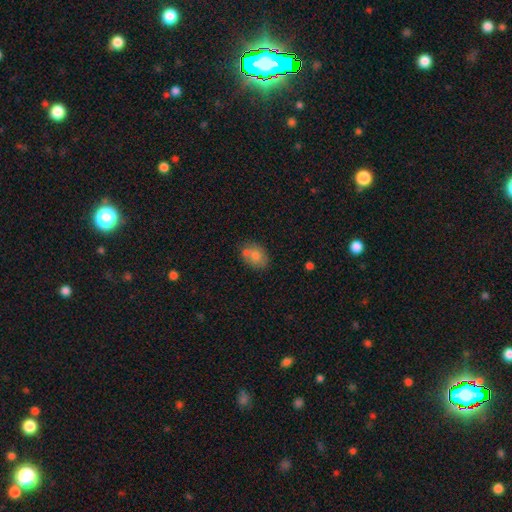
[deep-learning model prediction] Smooth or featured: smooth — 72% (featured or disk — 19%)
How rounded: in between — 70% (round — 29%)
Merging: none — 52% (merger — 27%)